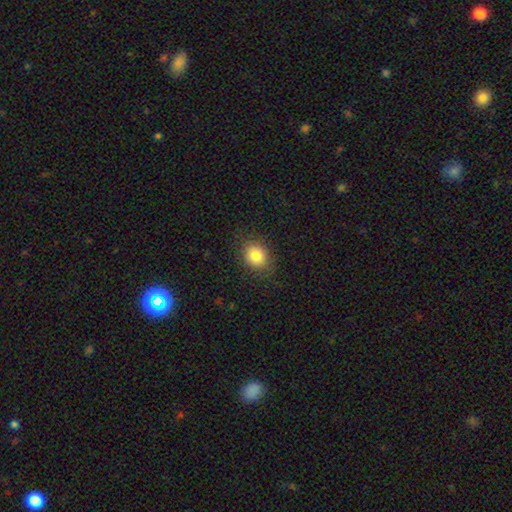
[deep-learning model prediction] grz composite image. It shows a smooth galaxy with no disk features (84%) that is round (55%). Merging: none (84%).